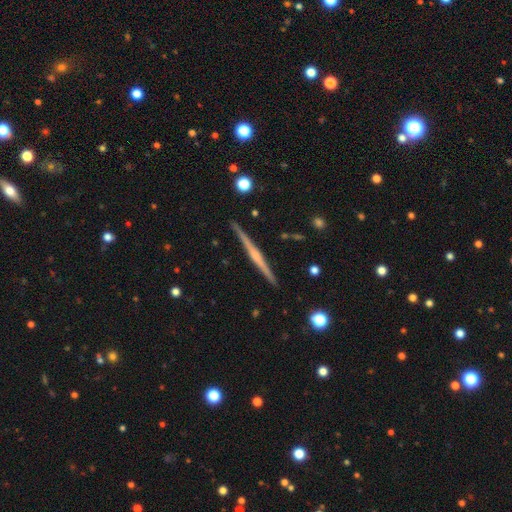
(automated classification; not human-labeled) Q: Smooth or featured?
A: featured or disk (75%); runner-up: smooth (19%)
Q: Edge-on disk?
A: yes (99%); runner-up: no (1%)
Q: Edge-on bulge?
A: rounded (48%); runner-up: none (37%)
Q: Merging?
A: none (92%); runner-up: minor disturbance (6%)